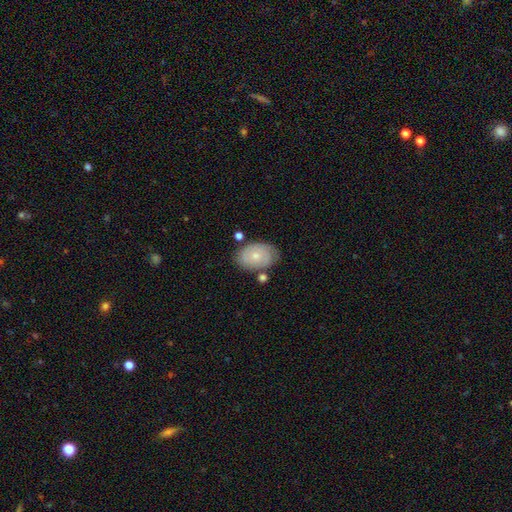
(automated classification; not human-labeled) smooth_or_featured: smooth (p=0.51) [alt: featured or disk p=0.43]
how_rounded: in between (p=0.85) [alt: round p=0.14]
merging: none (p=0.68) [alt: minor disturbance p=0.20]